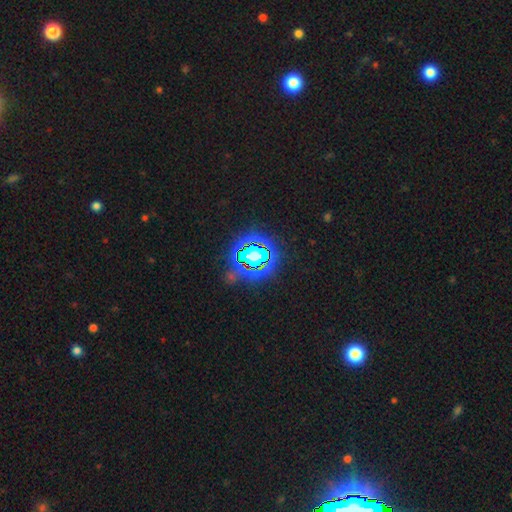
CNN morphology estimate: A star or artifact, not a galaxy (78%).

Vote fractions:
- Smooth or featured? star or artifact: 78% / smooth: 13% / featured or disk: 9%